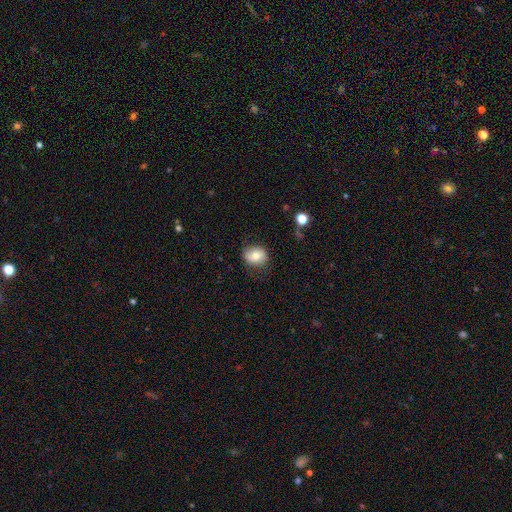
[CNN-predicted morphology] This appears to be a smooth galaxy with no disk features (71%) that is round (57%). Merging: none (72%).